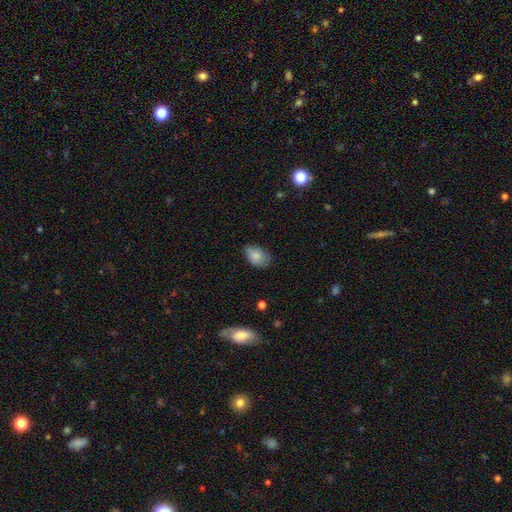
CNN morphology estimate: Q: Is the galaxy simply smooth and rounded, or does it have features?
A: smooth — 82%.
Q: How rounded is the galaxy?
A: in between — 87%.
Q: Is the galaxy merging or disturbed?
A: none — 66%.